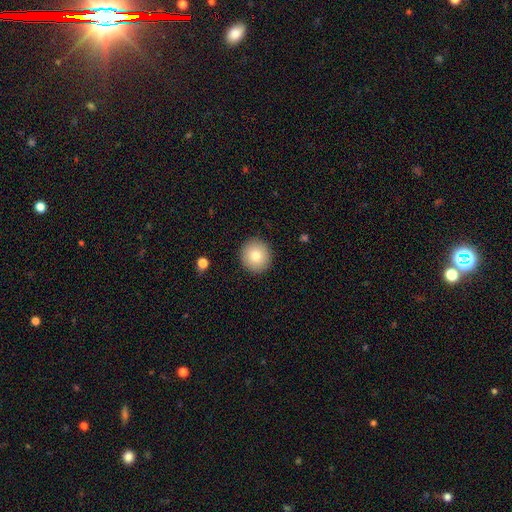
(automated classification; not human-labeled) A smooth galaxy with no disk features (81%) that is round (93%).

Vote fractions:
- Smooth or featured? smooth: 81% / featured or disk: 10% / star or artifact: 9%
- How rounded? round: 93% / in between: 6% / cigar-shaped: 1%
- Merging? none: 92% / minor disturbance: 5% / major disturbance: 2% / merger: 1%